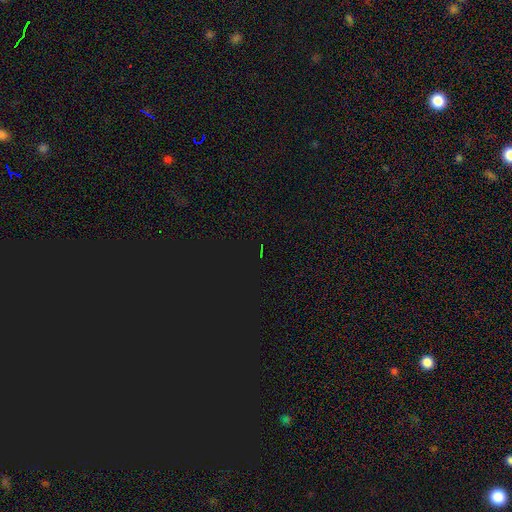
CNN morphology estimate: Smooth or featured? Predicted: star or artifact (p=0.80).